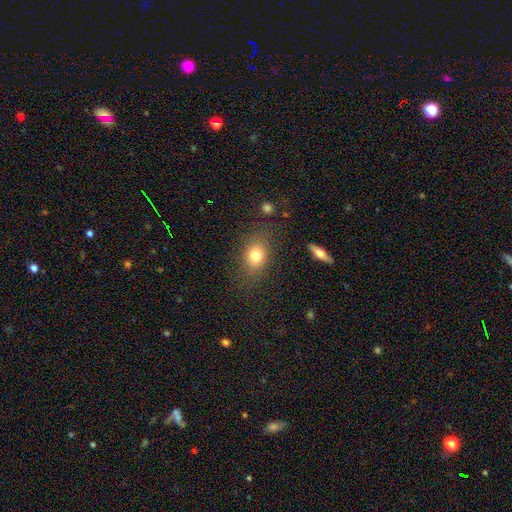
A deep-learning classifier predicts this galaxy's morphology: Smooth or featured?
  - smooth: 77% *
  - featured or disk: 12%
  - star or artifact: 11%
How rounded?
  - in between: 60% *
  - round: 37%
  - cigar-shaped: 2%
Merging?
  - none: 78% *
  - minor disturbance: 14%
  - major disturbance: 6%
  - merger: 2%